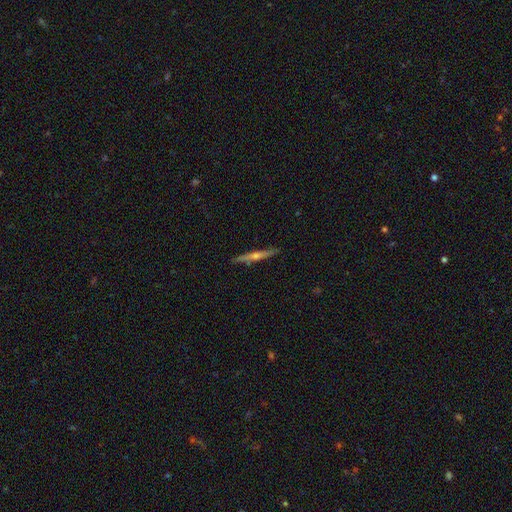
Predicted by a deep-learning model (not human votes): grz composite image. It shows a featured or disk galaxy (72%) viewed edge-on (97%) with a rounded central bulge (84%). Merging: none (89%).